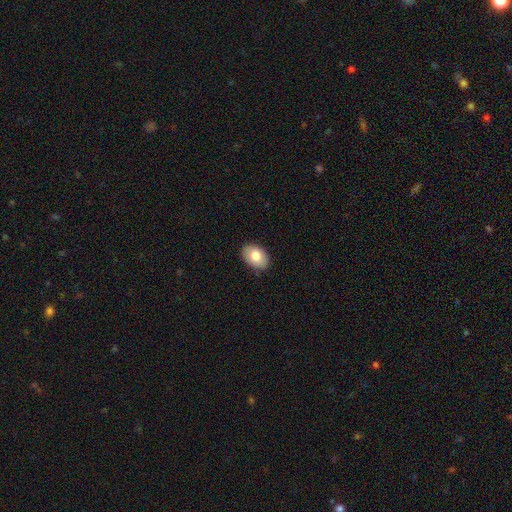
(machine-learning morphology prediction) Smooth or featured?
  - smooth: 80% *
  - featured or disk: 13%
  - star or artifact: 7%
How rounded?
  - in between: 86% *
  - round: 13%
  - cigar-shaped: 1%
Merging?
  - none: 88% *
  - minor disturbance: 9%
  - major disturbance: 2%
  - merger: 1%